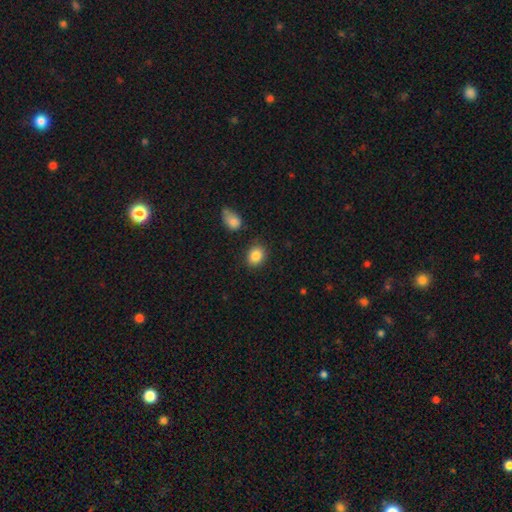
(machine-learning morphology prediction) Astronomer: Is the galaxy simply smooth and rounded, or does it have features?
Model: smooth — 86%.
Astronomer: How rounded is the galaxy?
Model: in between — 54% (runner-up: round, 45%).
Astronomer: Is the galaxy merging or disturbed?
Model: none — 82%.